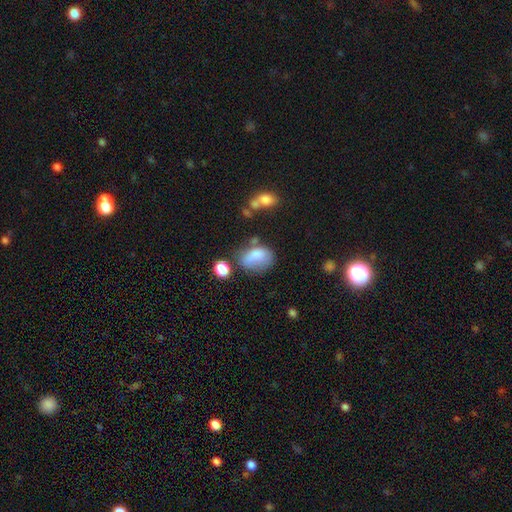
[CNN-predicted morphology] smooth_or_featured: smooth (p=0.75) [alt: featured or disk p=0.15]
how_rounded: in between (p=0.76) [alt: round p=0.23]
merging: none (p=0.37) [alt: minor disturbance p=0.28]